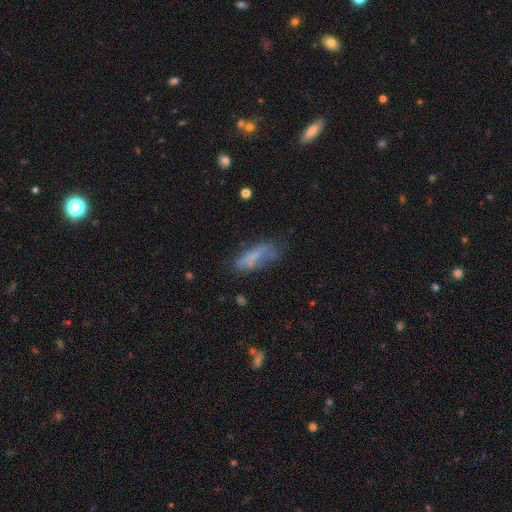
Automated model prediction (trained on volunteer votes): This appears to be a smooth galaxy with no disk features (67%) that is in between round and cigar-shaped (58%). Merging: none (44%).